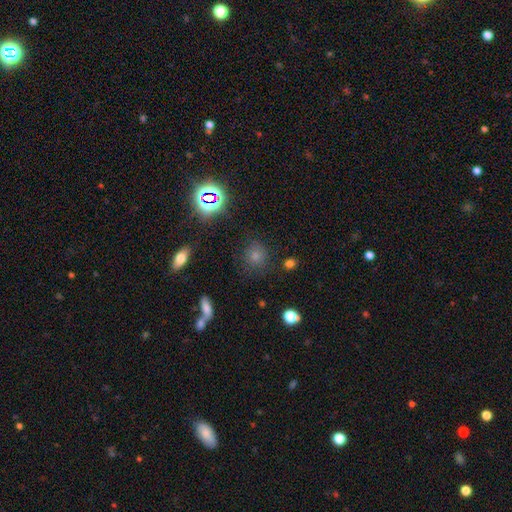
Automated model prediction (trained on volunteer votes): smooth 68%, star or artifact 24%, featured or disk 9%. Down the decision tree: how rounded — round (84%); merging — none (81%).